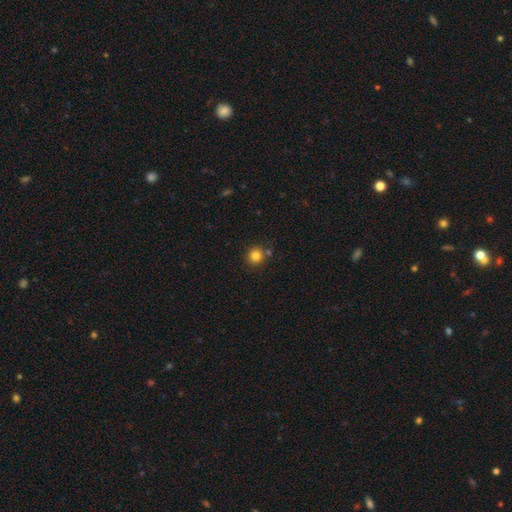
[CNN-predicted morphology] Smooth or featured? Predicted: smooth (p=0.82). How rounded? Predicted: round (p=0.92). Merging? Predicted: none (p=0.80).